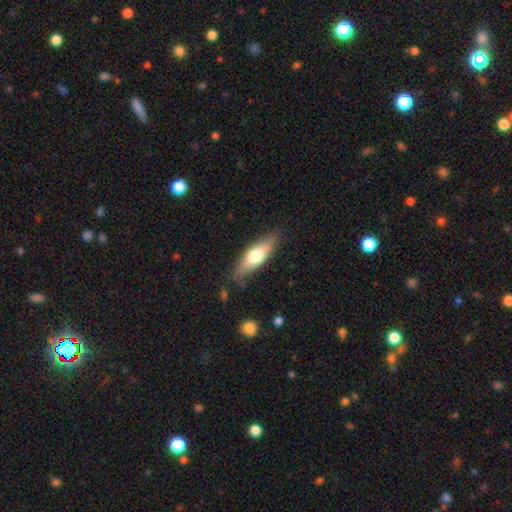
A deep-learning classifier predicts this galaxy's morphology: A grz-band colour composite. It shows a smooth galaxy with no disk features (61%) that is in between round and cigar-shaped (53%). Merging: none (78%).